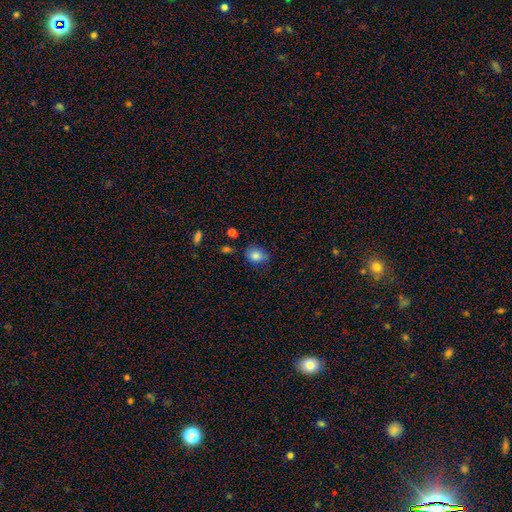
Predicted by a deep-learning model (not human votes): This is clearly a smooth galaxy (83%). How rounded: likely in between (60%). Merging: likely none (68%).